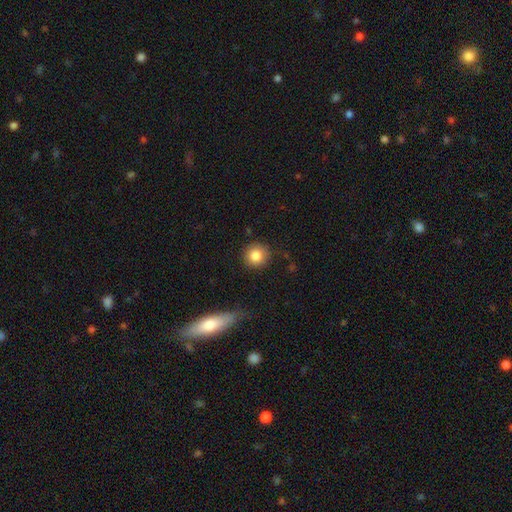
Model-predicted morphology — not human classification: smooth-or-featured: smooth: 84% | star or artifact: 9% | featured or disk: 7%
  how-rounded: round: 92% | in between: 7% | cigar-shaped: 1%
  merging: none: 85% | minor disturbance: 10% | major disturbance: 3% | merger: 2%